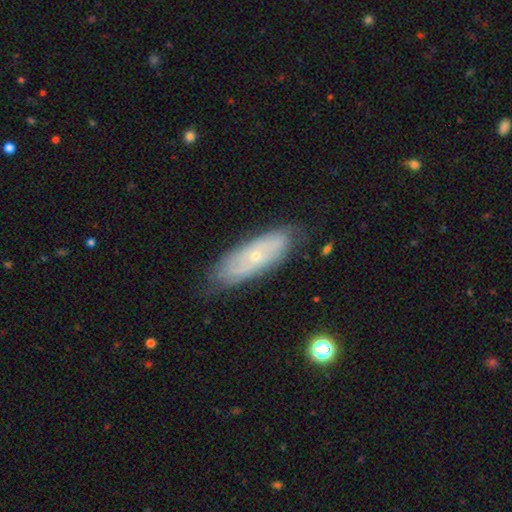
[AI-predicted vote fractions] The model was most divided on "smooth or featured": featured or disk: 60%, smooth: 33%, star or artifact: 7%. More confident: edge-on disk — no (79%); merging — none (76%).